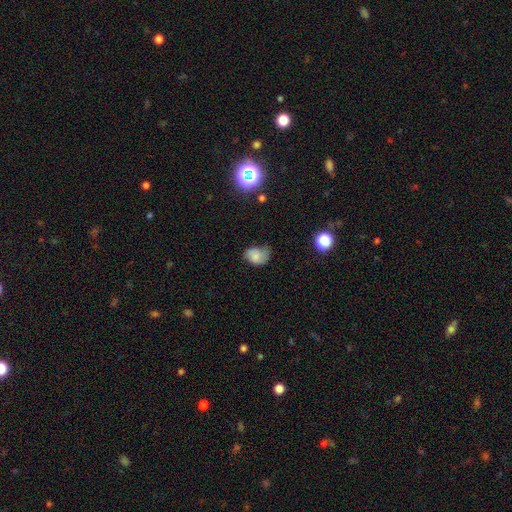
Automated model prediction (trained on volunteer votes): This appears to be a smooth galaxy with no disk features (71%) that is in between round and cigar-shaped (65%). Merging: minor disturbance (42%).